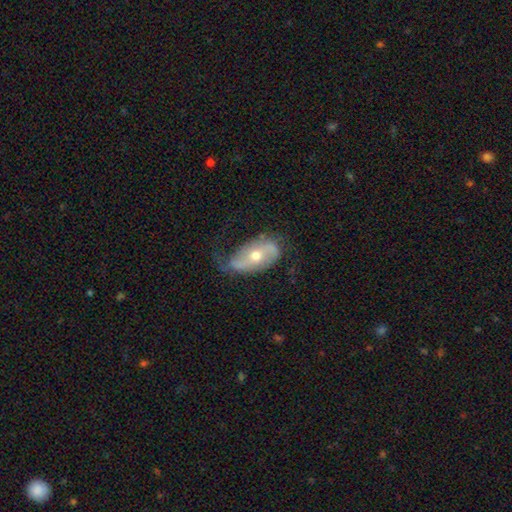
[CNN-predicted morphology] Smooth or featured? featured or disk (74%)
Edge-on disk? no (93%)
Bar? no (49%)
Spiral arms? yes (87%)
Spiral winding? loose (58%)
Spiral arm count? 2 (84%)
Bulge size? moderate (66%)
Merging? none (54%)